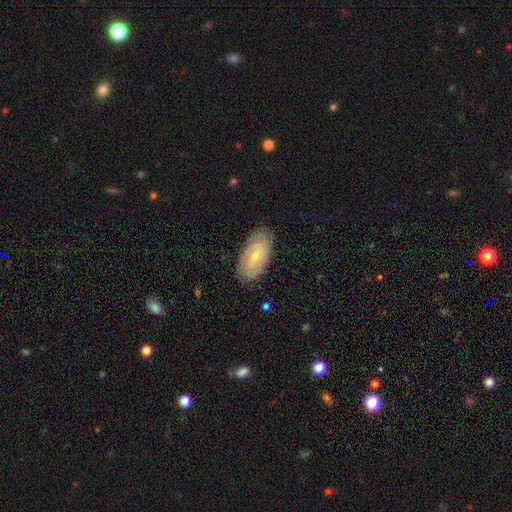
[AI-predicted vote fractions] This is likely a featured or disk galaxy (61%). It is clearly not viewed edge-on (91%). Bar: possibly no (55%). Spiral arm pattern: likely yes (79%). Central bulge: likely small (63%). Merging: clearly none (82%).